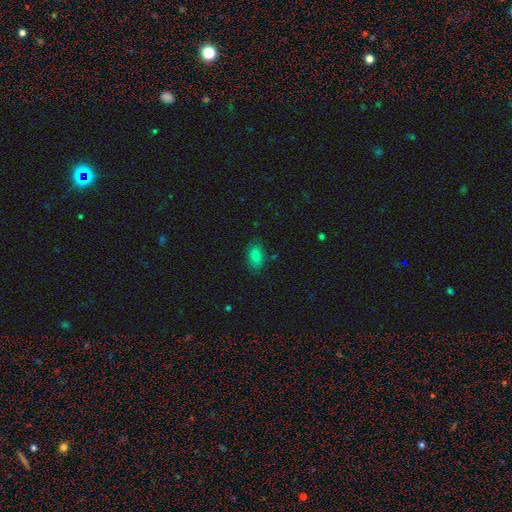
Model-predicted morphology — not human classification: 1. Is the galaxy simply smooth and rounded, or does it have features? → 80% smooth, 11% star or artifact, 9% featured or disk.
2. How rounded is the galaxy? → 88% in between, 8% round, 4% cigar-shaped.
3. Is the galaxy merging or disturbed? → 77% none, 17% minor disturbance, 4% major disturbance, 2% merger.